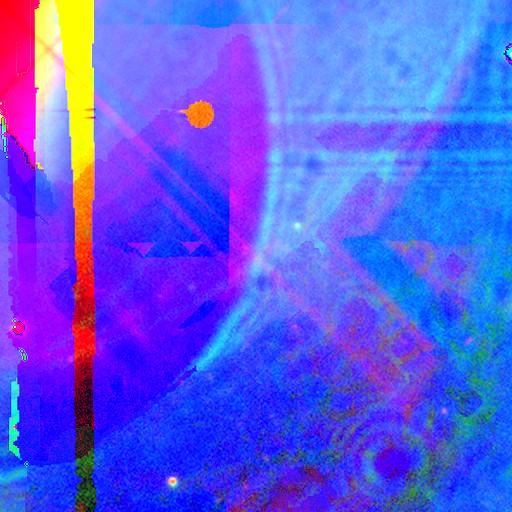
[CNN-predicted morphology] Overall: star or artifact (89%).